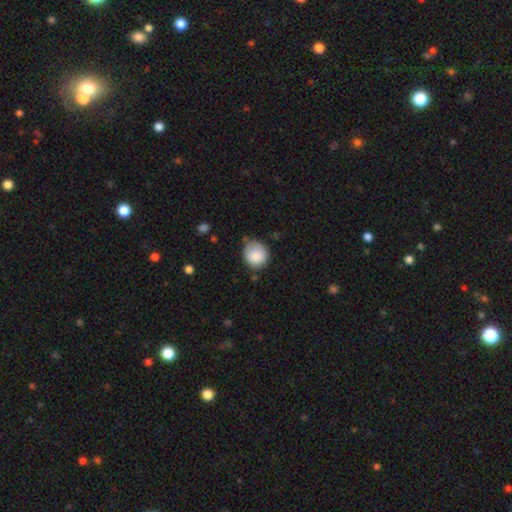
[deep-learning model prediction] The model was most divided on "merging": none: 61%, minor disturbance: 29%, major disturbance: 5%, merger: 4%. More confident: smooth or featured — smooth (85%); how rounded — round (84%).